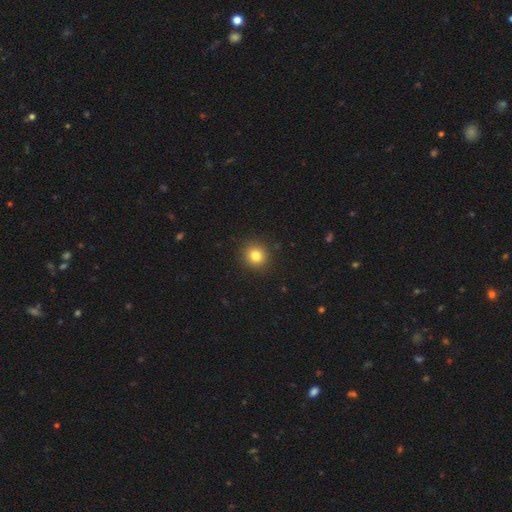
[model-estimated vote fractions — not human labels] A smooth galaxy with no disk features (81%) that is round (90%). Merging: none (91%).